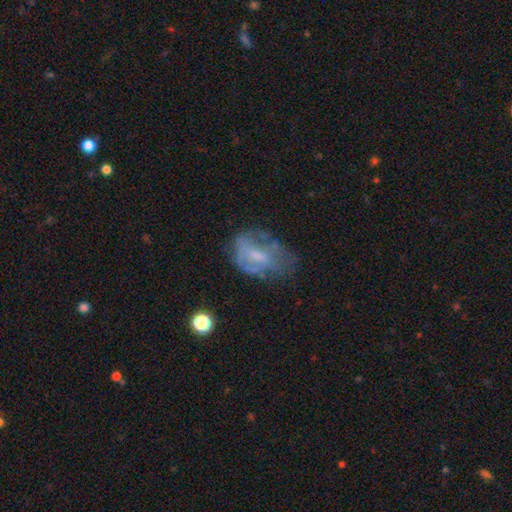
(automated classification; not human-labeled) smooth-or-featured: featured or disk: 52% | smooth: 37% | star or artifact: 11%
  disk-edge-on: no: 95% | yes: 5%
  merging: none: 41% | minor disturbance: 28% | major disturbance: 27% | merger: 4%